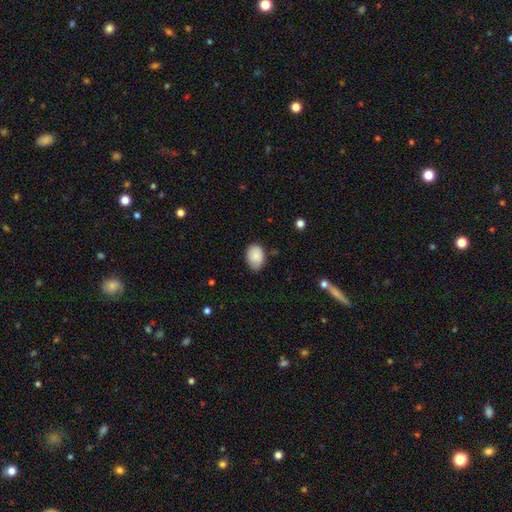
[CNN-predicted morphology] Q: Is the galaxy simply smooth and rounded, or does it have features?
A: smooth — 87%.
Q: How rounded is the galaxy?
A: in between — 75%.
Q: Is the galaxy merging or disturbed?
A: none — 67%.